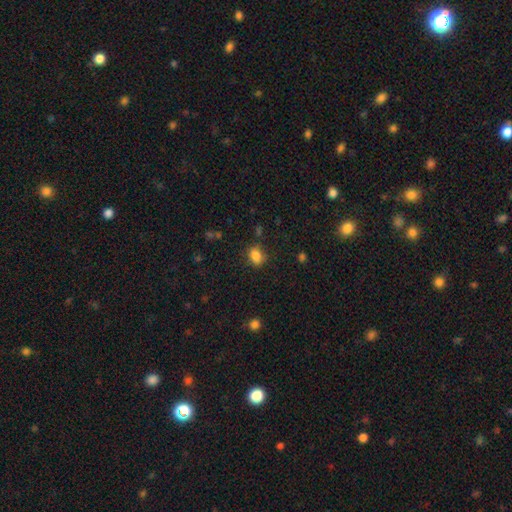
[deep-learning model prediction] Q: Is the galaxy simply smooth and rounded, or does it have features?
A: smooth — 84%.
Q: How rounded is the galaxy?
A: in between — 62%.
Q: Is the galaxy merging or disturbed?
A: none — 77%.